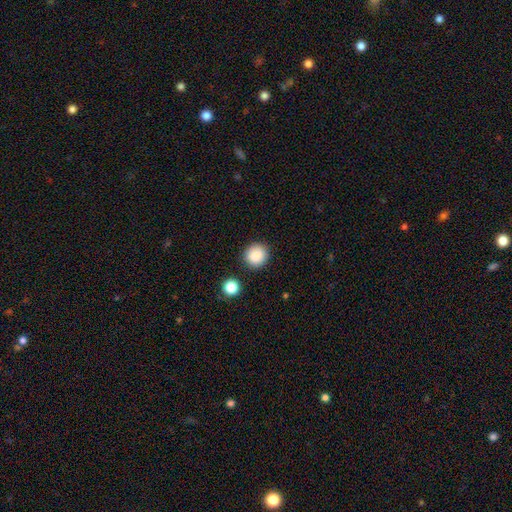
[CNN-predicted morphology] A smooth galaxy with no disk features (85%) that is round (89%).

Vote fractions:
- Smooth or featured? smooth: 85% / star or artifact: 9% / featured or disk: 6%
- How rounded? round: 89% / in between: 10% / cigar-shaped: 1%
- Merging? none: 87% / minor disturbance: 7% / merger: 3% / major disturbance: 2%